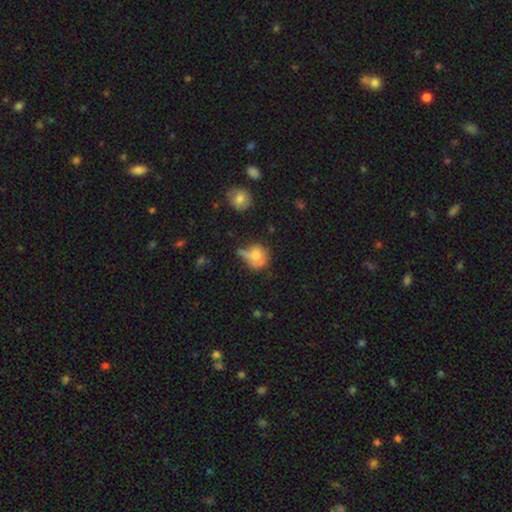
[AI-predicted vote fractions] Morphology: type=smooth (63%); roundness=round (61%); merging=none (31%).